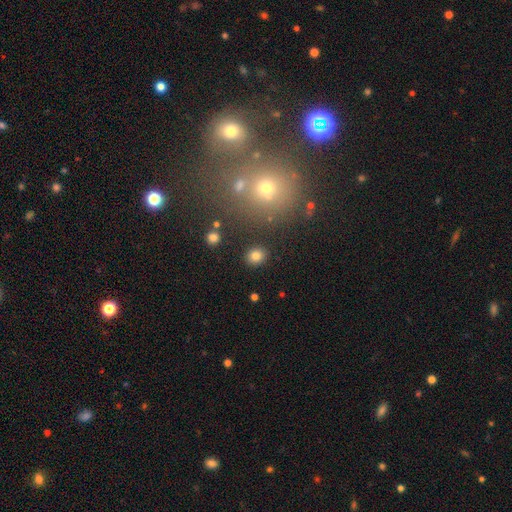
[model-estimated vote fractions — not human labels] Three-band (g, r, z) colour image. It shows a smooth galaxy with no disk features (81%) that is round (72%). Merging: none (88%).